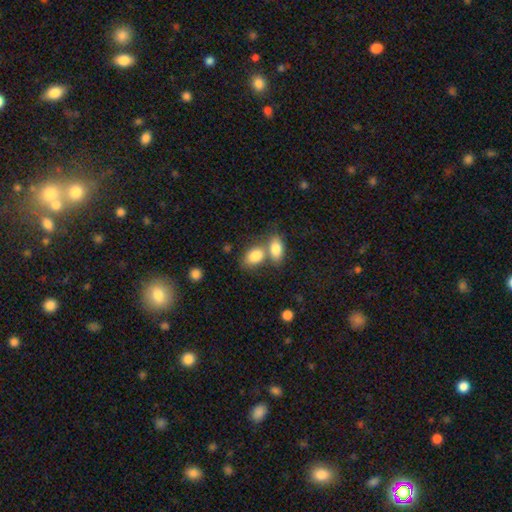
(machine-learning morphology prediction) Smooth or featured? smooth (84%)
How rounded? in between (84%)
Merging? merger (53%)